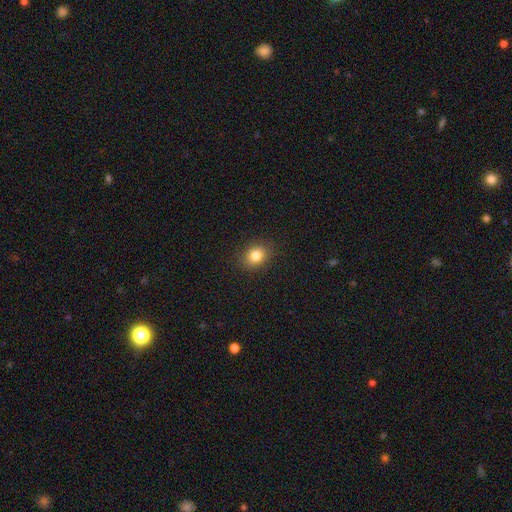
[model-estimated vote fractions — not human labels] Smooth or featured?
  - smooth: 82% *
  - star or artifact: 11%
  - featured or disk: 7%
How rounded?
  - round: 53% *
  - in between: 46%
  - cigar-shaped: 1%
Merging?
  - none: 89% *
  - minor disturbance: 8%
  - major disturbance: 2%
  - merger: 1%